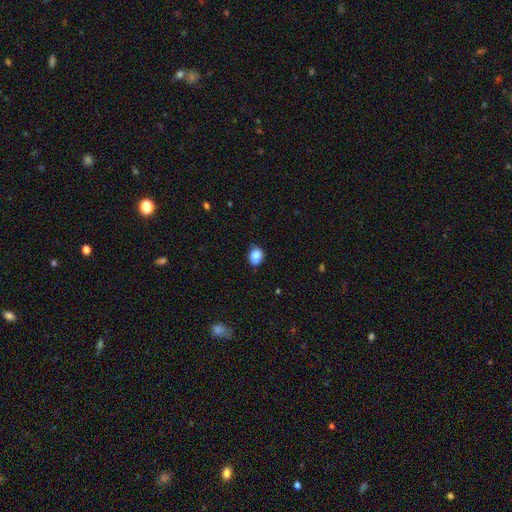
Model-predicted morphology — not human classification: The model was most divided on "how rounded": in between: 57%, round: 42%, cigar-shaped: 1%. More confident: smooth or featured — smooth (87%); merging — none (73%).